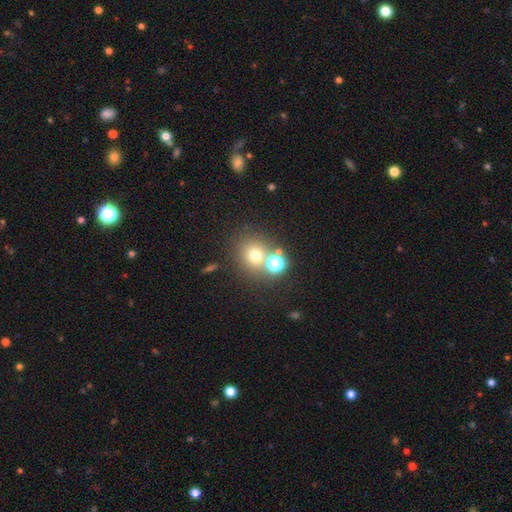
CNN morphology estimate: Smooth or featured? smooth (68%)
How rounded? round (85%)
Merging? none (64%)